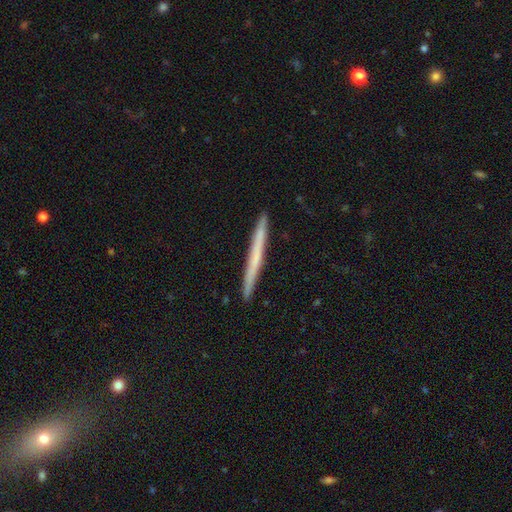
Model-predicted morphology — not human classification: smooth 52%, featured or disk 42%, star or artifact 6%. Down the decision tree: how rounded — cigar-shaped (97%); merging — none (92%).